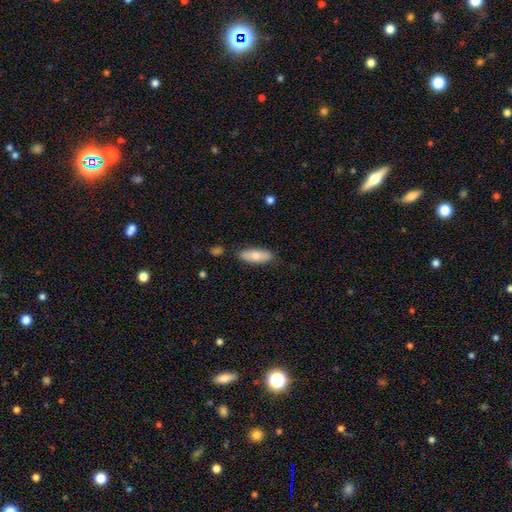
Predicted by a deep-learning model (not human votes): Morphology: type=smooth (72%); roundness=in between (65%); merging=none (81%).